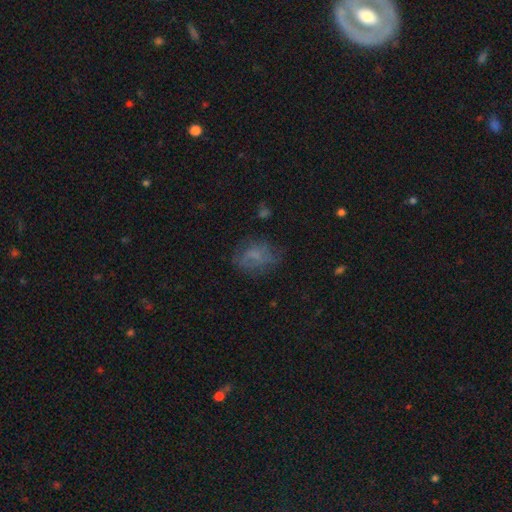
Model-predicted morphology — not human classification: smooth-or-featured: smooth: 52% | featured or disk: 32% | star or artifact: 15%
  how-rounded: in between: 62% | round: 36% | cigar-shaped: 2%
  merging: none: 57% | minor disturbance: 24% | major disturbance: 17% | merger: 2%